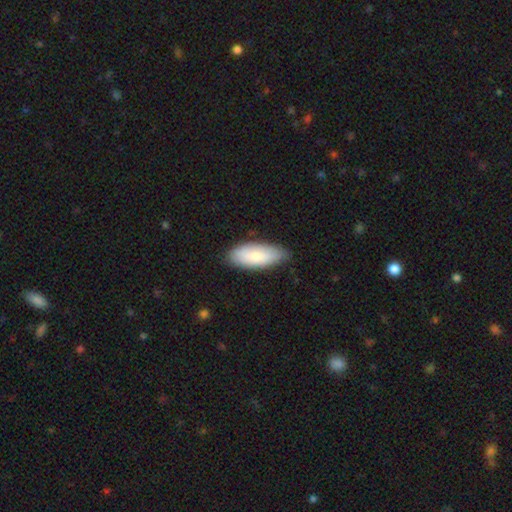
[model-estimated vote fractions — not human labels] A smooth galaxy with no disk features (80%) that is in between round and cigar-shaped (82%).

Vote fractions:
- Smooth or featured? smooth: 80% / featured or disk: 15% / star or artifact: 6%
- How rounded? in between: 82% / cigar-shaped: 16% / round: 2%
- Merging? none: 78% / minor disturbance: 18% / major disturbance: 3% / merger: 1%